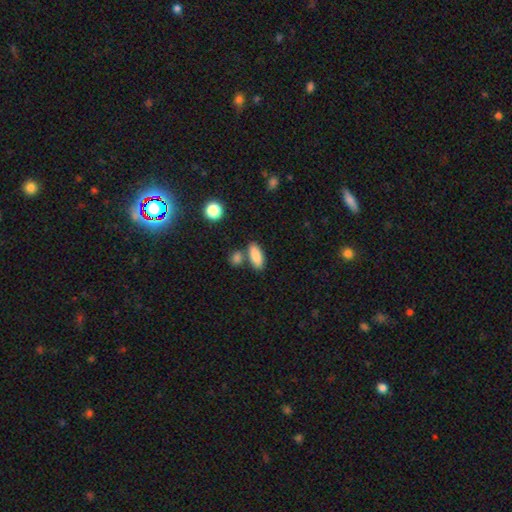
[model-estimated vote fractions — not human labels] This appears to be a smooth galaxy with no disk features (86%) that is in between round and cigar-shaped (80%). Merging: none (66%).